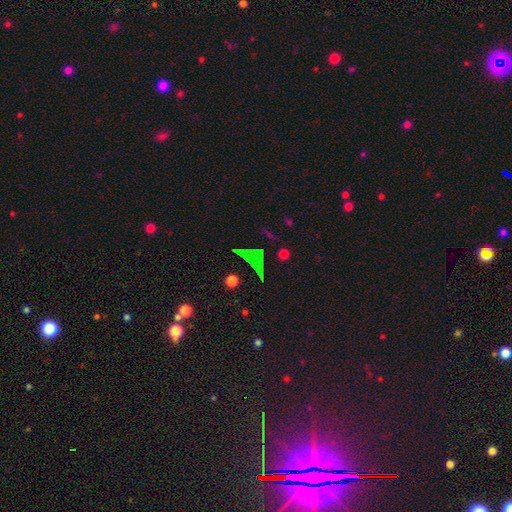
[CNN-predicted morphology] This appears to be a star or artifact, not a galaxy (63%).